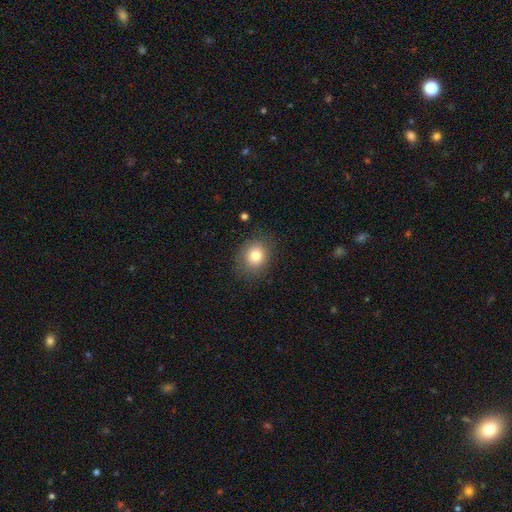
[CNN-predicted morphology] smooth-or-featured: smooth: 79% | star or artifact: 10% | featured or disk: 10%
  how-rounded: round: 68% | in between: 31% | cigar-shaped: 1%
  merging: none: 83% | minor disturbance: 12% | major disturbance: 4% | merger: 1%